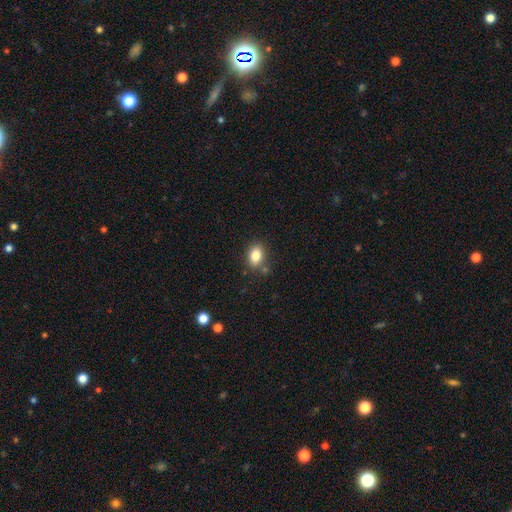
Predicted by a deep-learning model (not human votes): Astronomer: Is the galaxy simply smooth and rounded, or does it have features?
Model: smooth — 83%.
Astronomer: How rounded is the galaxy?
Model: in between — 78%.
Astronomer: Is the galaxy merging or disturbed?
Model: none — 78%.